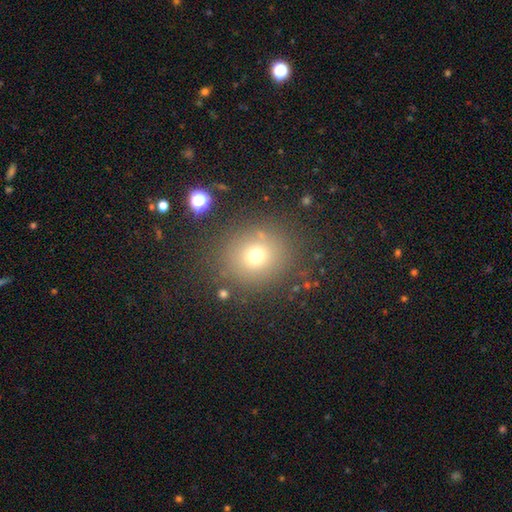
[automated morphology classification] Q: Smooth or featured?
A: smooth (69%); runner-up: star or artifact (20%)
Q: How rounded?
A: round (85%); runner-up: in between (14%)
Q: Merging?
A: none (82%); runner-up: minor disturbance (9%)